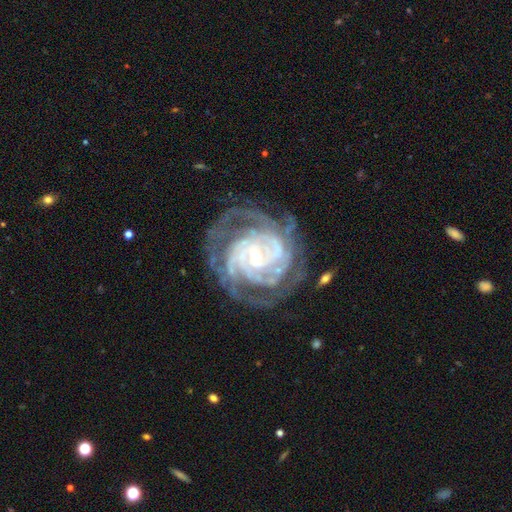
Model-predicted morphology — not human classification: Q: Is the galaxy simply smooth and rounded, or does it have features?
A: featured or disk — 92%.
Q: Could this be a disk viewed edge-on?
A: no — 98%.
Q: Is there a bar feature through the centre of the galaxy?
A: no — 55%.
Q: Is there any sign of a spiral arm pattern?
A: yes — 98%.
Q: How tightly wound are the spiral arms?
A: tight — 74%.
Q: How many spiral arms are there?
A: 4 — 26%.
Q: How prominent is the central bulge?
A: small — 71%.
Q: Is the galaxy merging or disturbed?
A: none — 73%.